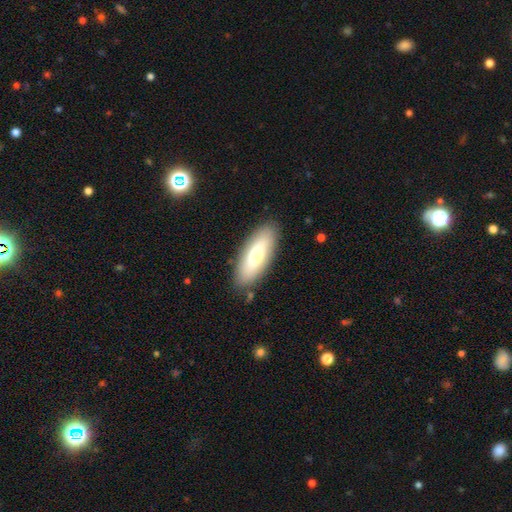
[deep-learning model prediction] Smooth or featured: smooth — 70% (featured or disk — 24%)
How rounded: in between — 69% (cigar-shaped — 29%)
Merging: none — 86% (minor disturbance — 10%)